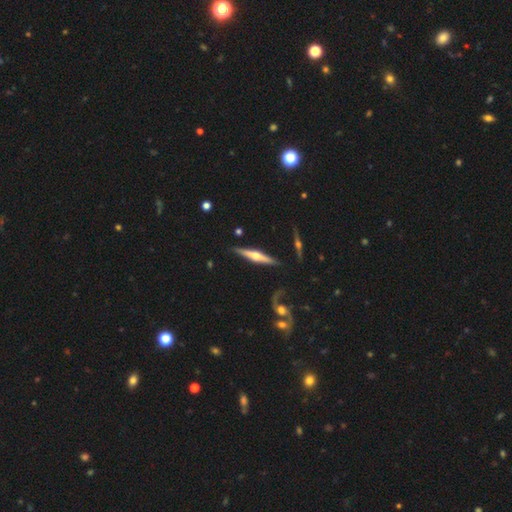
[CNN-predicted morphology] A featured or disk galaxy (78%) viewed edge-on (97%) with a rounded central bulge (93%). Merging: none (86%).